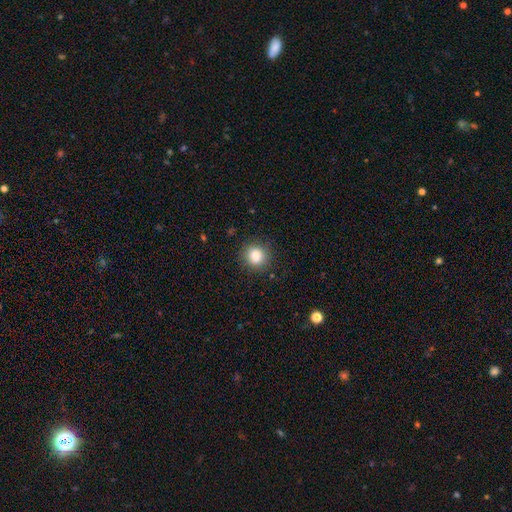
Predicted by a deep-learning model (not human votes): Smooth or featured?
  - smooth: 85% *
  - star or artifact: 10%
  - featured or disk: 5%
How rounded?
  - round: 88% *
  - in between: 11%
  - cigar-shaped: 1%
Merging?
  - none: 86% *
  - minor disturbance: 10%
  - major disturbance: 3%
  - merger: 1%